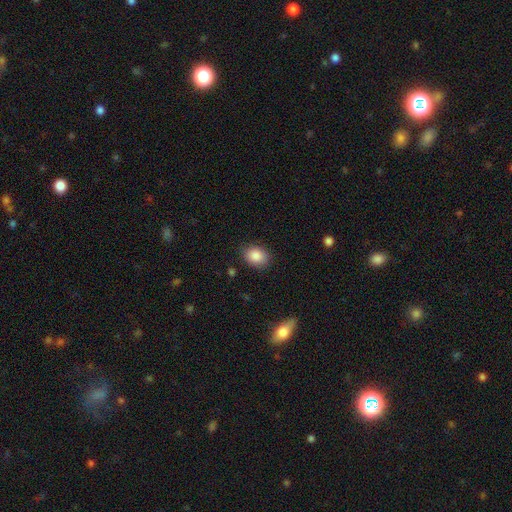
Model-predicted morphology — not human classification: A smooth galaxy with no disk features (87%) that is in between round and cigar-shaped (61%). Merging: none (84%).